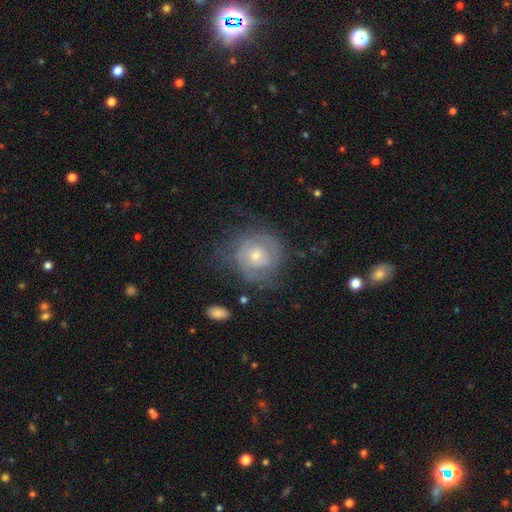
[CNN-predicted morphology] featured or disk 69%, smooth 23%, star or artifact 8%. Down the decision tree: edge-on disk — no (97%); bar — no (76%); spiral arms — yes (85%); spiral arm count — can't tell (41%); spiral winding — tight (66%); bulge size — small (52%); merging — none (66%).